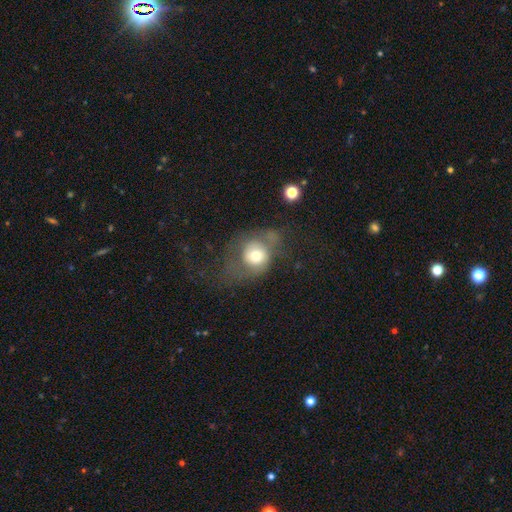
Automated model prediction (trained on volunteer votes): A smooth galaxy with no disk features (62%) that is round (71%). Merging: major disturbance (40%).